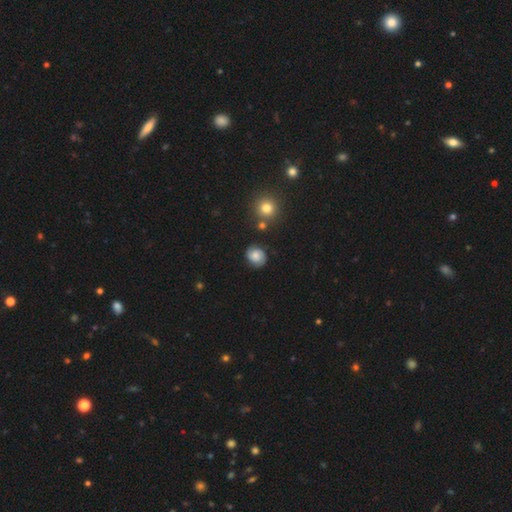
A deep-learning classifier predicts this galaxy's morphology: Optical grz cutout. It shows a featured or disk galaxy (47%). Merging: none (80%).